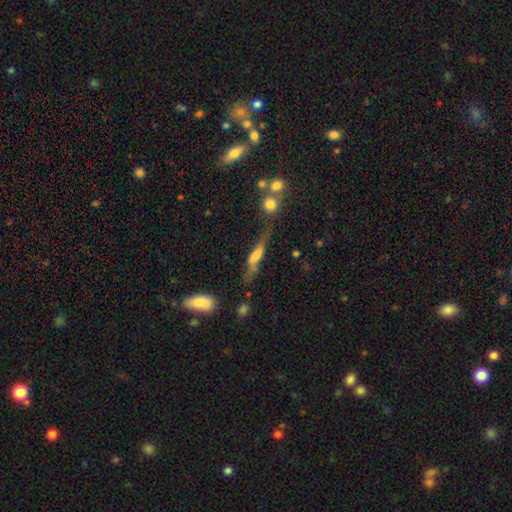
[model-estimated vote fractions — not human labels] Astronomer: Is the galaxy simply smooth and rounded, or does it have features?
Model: smooth — 46% (runner-up: featured or disk, 45%).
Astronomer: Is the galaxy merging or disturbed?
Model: none — 43% (runner-up: minor disturbance, 25%).